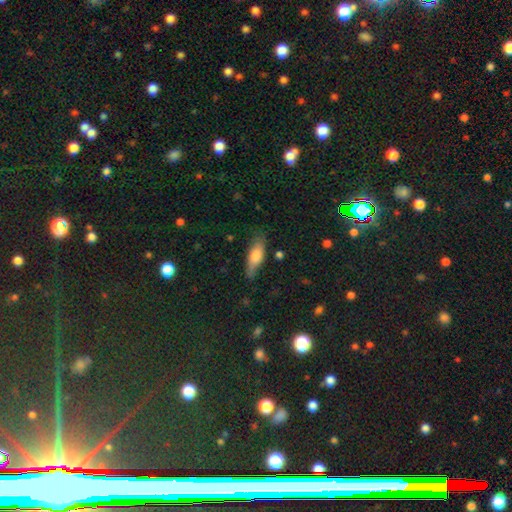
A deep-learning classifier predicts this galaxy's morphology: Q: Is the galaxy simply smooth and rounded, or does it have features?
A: smooth — 72%.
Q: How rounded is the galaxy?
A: in between — 56%.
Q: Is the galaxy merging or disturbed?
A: none — 73%.